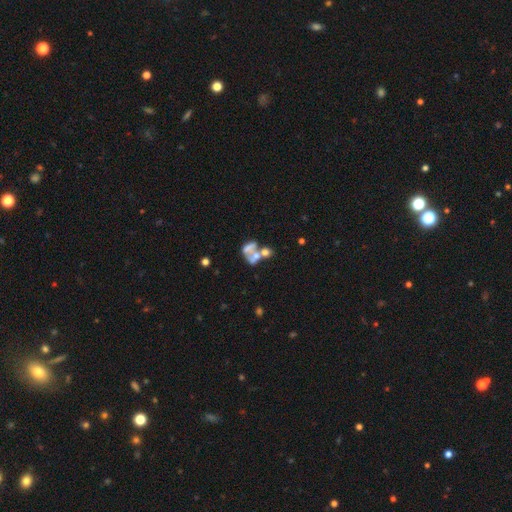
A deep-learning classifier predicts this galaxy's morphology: Smooth or featured? featured or disk (46%)
Merging? merger (59%)